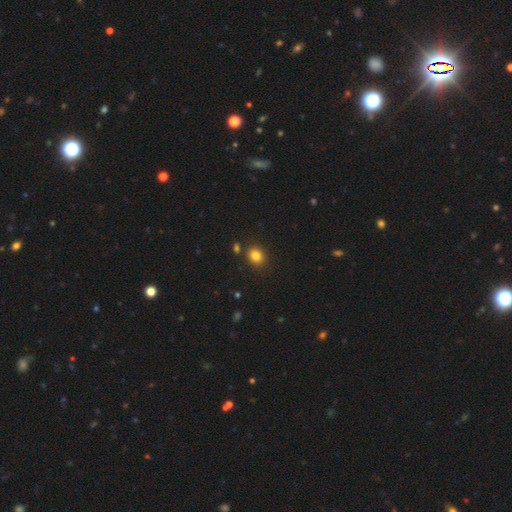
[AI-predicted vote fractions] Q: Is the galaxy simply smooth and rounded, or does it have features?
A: smooth — 82%.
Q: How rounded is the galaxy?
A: round — 65%.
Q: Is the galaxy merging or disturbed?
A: none — 83%.